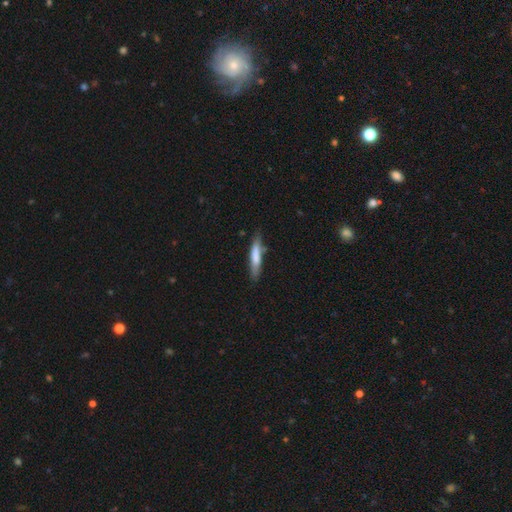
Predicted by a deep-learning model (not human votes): Smooth or featured? smooth (71%)
How rounded? cigar-shaped (87%)
Merging? none (75%)